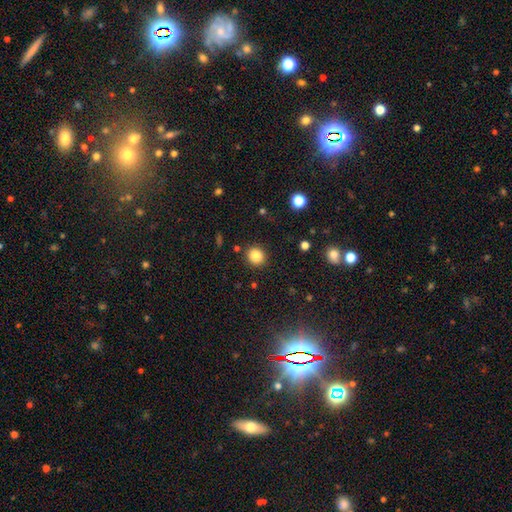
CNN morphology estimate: type=smooth (84%); roundness=round (87%); merging=none (90%).